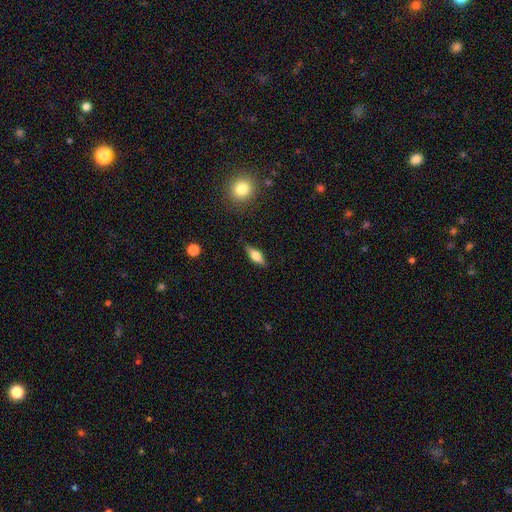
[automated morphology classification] This is possibly a smooth galaxy (52%). How rounded: likely in between (63%). Merging: clearly none (84%).